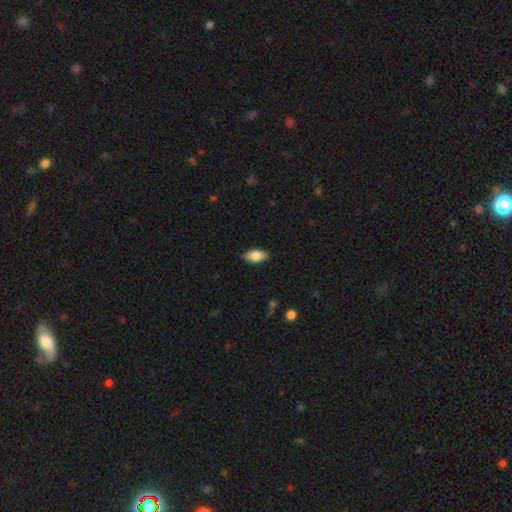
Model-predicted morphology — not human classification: Overall: smooth (79%). How rounded: in between (89%). Merging: none (86%).